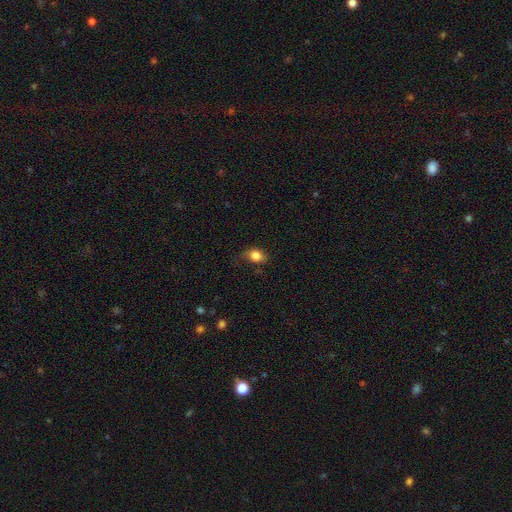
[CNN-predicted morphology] Overall: smooth (83%). How rounded: in between (58%; round 41%). Merging: none (60%; minor disturbance 28%).